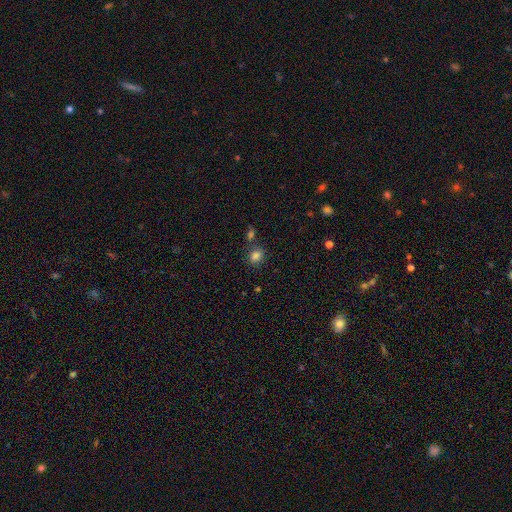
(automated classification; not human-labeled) smooth-or-featured: smooth: 81% | star or artifact: 13% | featured or disk: 6%
  how-rounded: round: 54% | in between: 44% | cigar-shaped: 1%
  merging: none: 74% | merger: 12% | minor disturbance: 11% | major disturbance: 3%